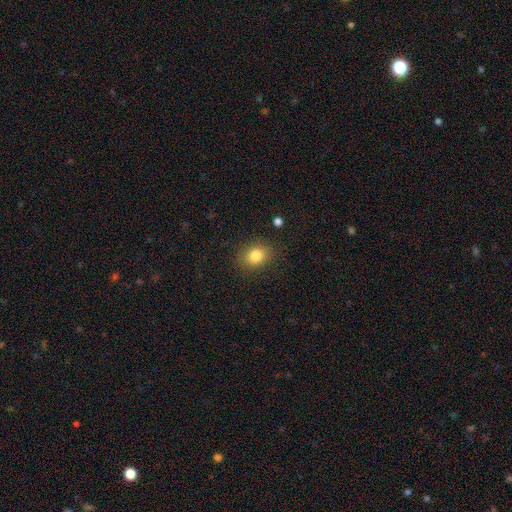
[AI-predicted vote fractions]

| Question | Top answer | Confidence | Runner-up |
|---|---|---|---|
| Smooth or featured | smooth | 82% | star or artifact (11%) |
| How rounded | in between | 54% | round (45%) |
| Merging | none | 84% | minor disturbance (11%) |